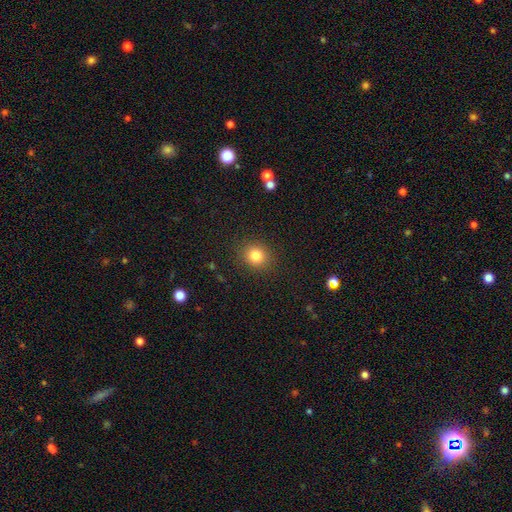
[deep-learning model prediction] Morphology: type=smooth (82%); roundness=round (84%); merging=none (89%).